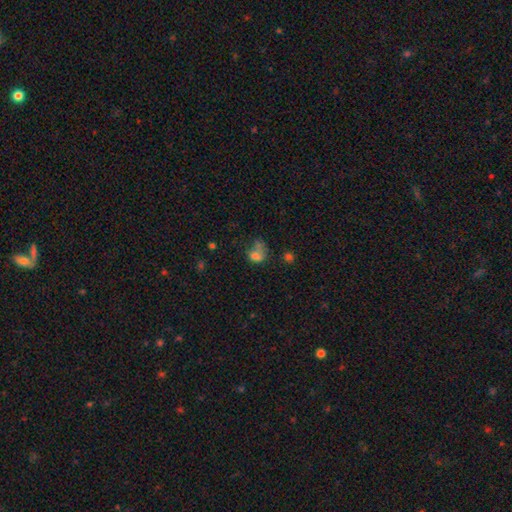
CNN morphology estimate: This appears to be a smooth galaxy with no disk features (69%) that is in between round and cigar-shaped (58%). Merging: major disturbance (28%).